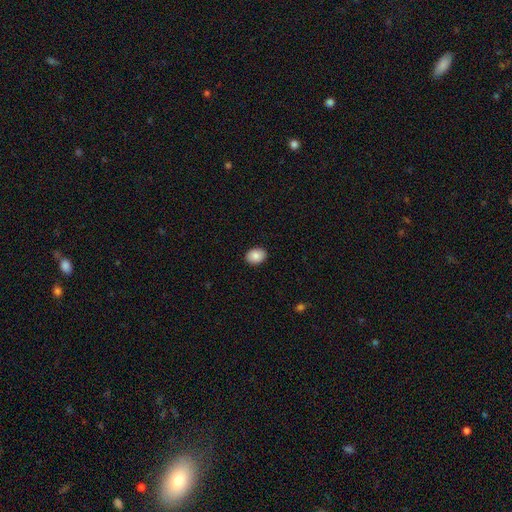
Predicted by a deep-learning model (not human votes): This appears to be a smooth galaxy with no disk features (87%) that is in between round and cigar-shaped (66%). Merging: none (91%).